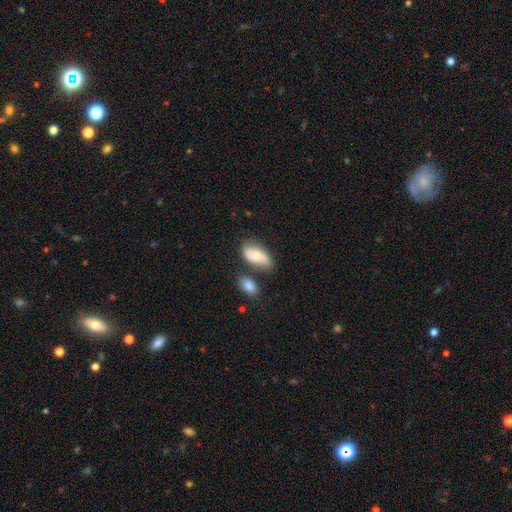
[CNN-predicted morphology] A smooth galaxy with no disk features (61%) that is in between round and cigar-shaped (90%). Merging: none (53%).